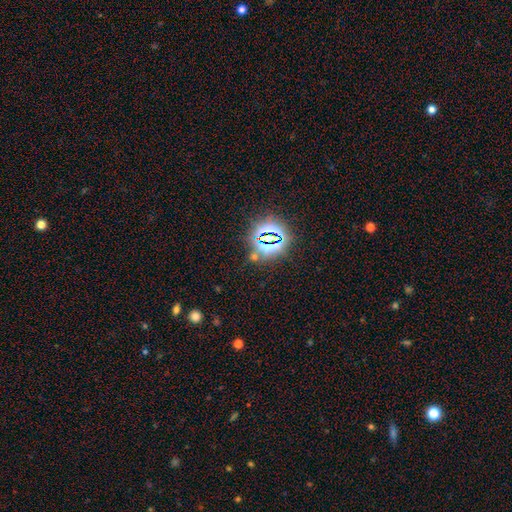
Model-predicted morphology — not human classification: Overall: star or artifact (77%).